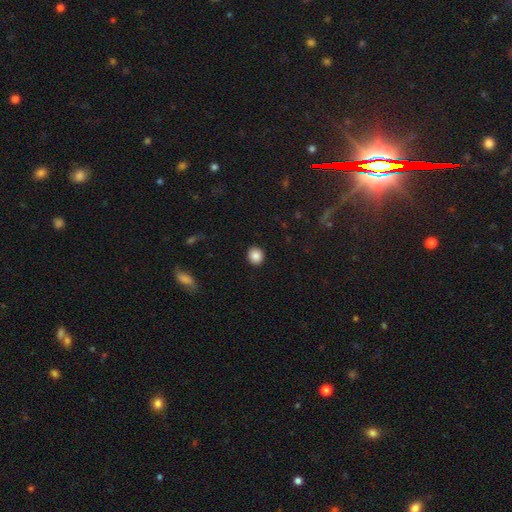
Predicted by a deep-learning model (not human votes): Smooth or featured? smooth (87%)
How rounded? round (80%)
Merging? none (92%)